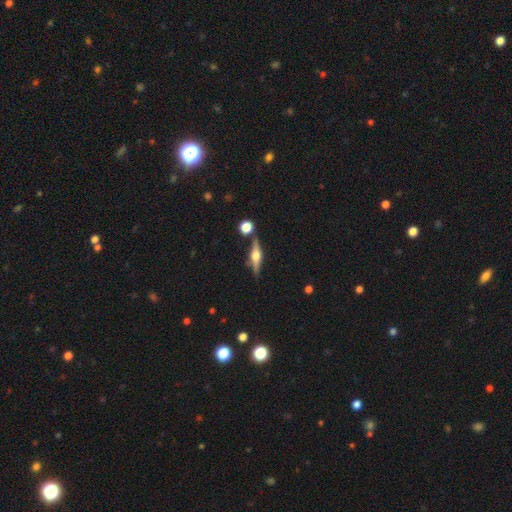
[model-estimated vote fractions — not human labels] Morphology: type=featured or disk (75%); edge-on=yes (97%); edge-on bulge=rounded (93%); merging=none (82%).